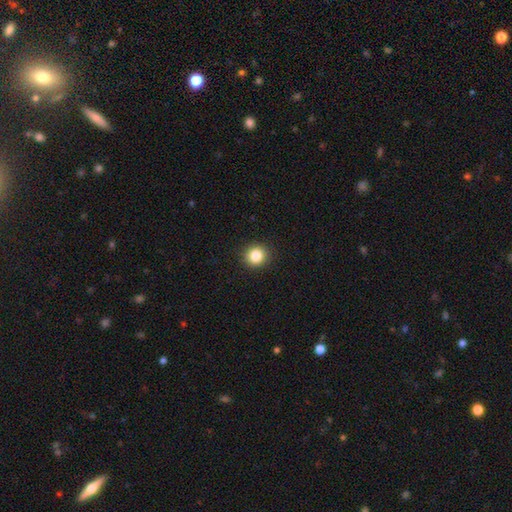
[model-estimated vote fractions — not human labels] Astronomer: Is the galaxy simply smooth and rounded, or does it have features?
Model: smooth — 84%.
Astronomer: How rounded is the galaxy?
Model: round — 88%.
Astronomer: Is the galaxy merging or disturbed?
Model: none — 92%.